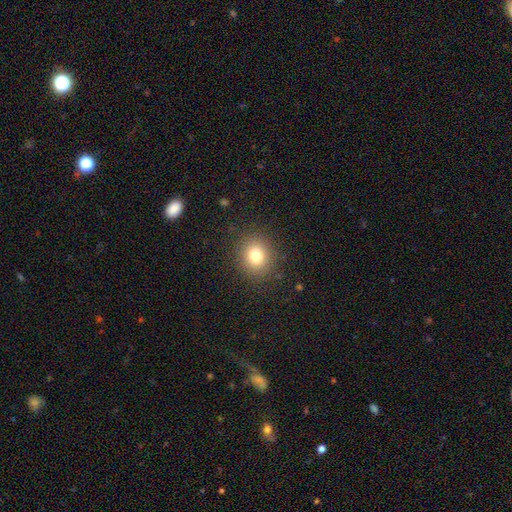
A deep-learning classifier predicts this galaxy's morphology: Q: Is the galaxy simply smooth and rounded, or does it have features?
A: smooth — 79%.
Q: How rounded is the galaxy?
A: round — 74%.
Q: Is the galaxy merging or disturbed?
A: none — 88%.